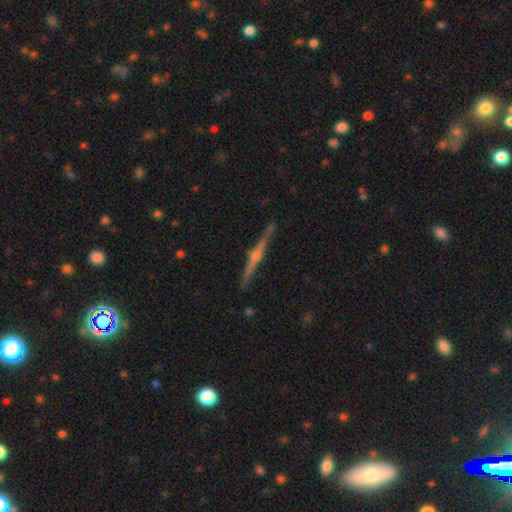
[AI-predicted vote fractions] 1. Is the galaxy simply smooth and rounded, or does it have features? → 82% featured or disk, 12% smooth, 6% star or artifact.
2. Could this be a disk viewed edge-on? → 98% yes, 2% no.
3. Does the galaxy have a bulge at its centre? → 85% rounded, 9% none, 6% boxy.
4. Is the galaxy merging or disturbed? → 89% none, 8% minor disturbance, 2% major disturbance, 1% merger.